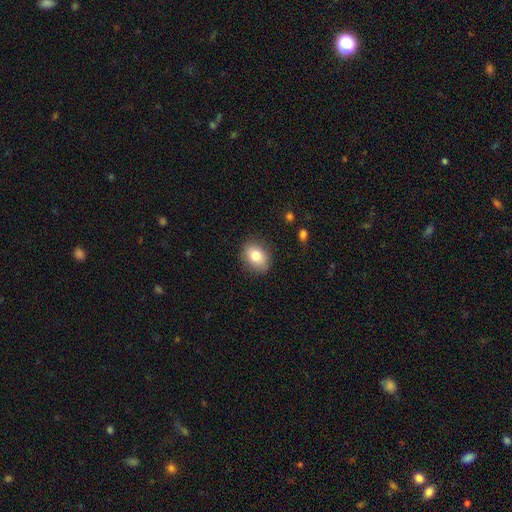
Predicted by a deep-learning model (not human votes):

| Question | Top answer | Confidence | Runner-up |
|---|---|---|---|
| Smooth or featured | smooth | 80% | featured or disk (12%) |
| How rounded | in between | 69% | round (30%) |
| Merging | none | 85% | minor disturbance (11%) |